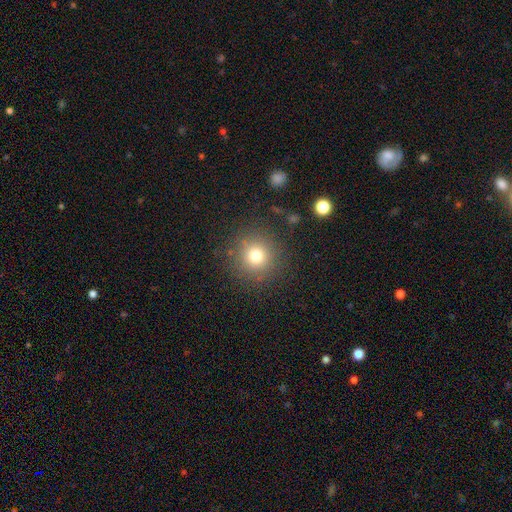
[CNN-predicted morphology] Q: Smooth or featured?
A: smooth (75%); runner-up: star or artifact (15%)
Q: How rounded?
A: round (94%); runner-up: in between (5%)
Q: Merging?
A: none (87%); runner-up: minor disturbance (8%)